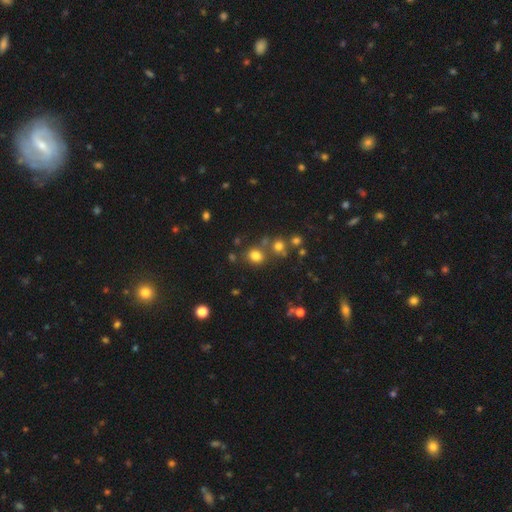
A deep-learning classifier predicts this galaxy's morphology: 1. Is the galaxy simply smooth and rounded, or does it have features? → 74% smooth, 18% star or artifact, 8% featured or disk.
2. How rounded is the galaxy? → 74% round, 25% in between, 1% cigar-shaped.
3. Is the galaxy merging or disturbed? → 69% none, 16% merger, 10% minor disturbance, 4% major disturbance.